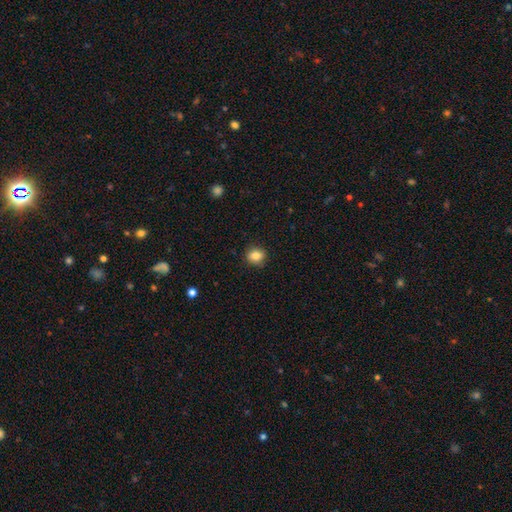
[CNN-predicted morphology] Overall: smooth (85%). How rounded: round (69%; in between 30%). Merging: none (87%).